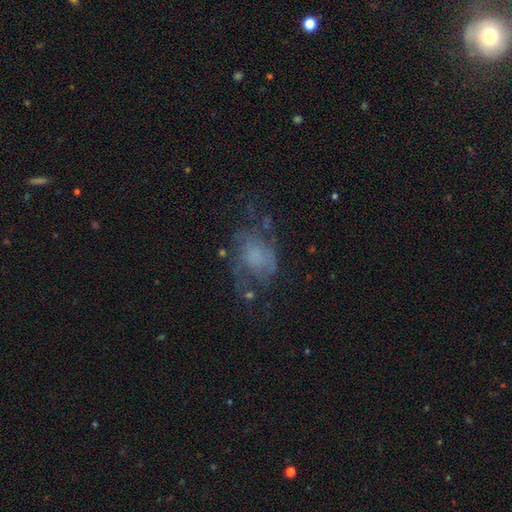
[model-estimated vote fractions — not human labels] Smooth or featured? featured or disk (55%)
Edge-on disk? no (96%)
Bar? no (82%)
Spiral arms? yes (59%)
Bulge size? none (43%)
Merging? none (47%)